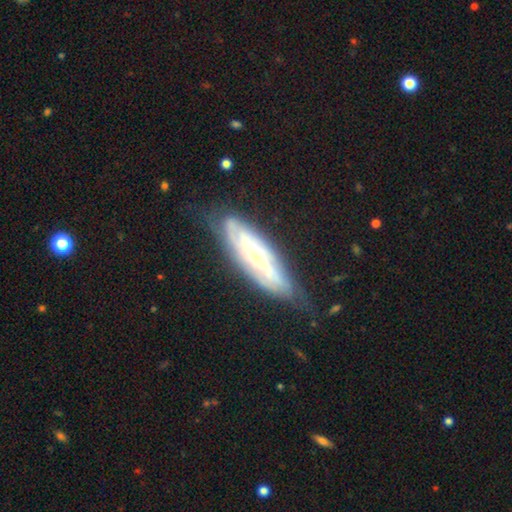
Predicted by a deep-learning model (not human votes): A featured or disk galaxy (76%) with no bar (53%), spiral arms (85%) and a moderate central bulge (47%).

Vote fractions:
- Smooth or featured? featured or disk: 76% / smooth: 18% / star or artifact: 6%
- Edge-on disk? no: 68% / yes: 32%
- Bar? no: 53% / weak: 30% / strong: 17%
- Spiral arms? yes: 85% / no: 15%
- Bulge size? moderate: 47% / small: 45% / large: 5% / none: 2% / dominant: 1%
- Merging? none: 68% / minor disturbance: 23% / major disturbance: 7% / merger: 2%